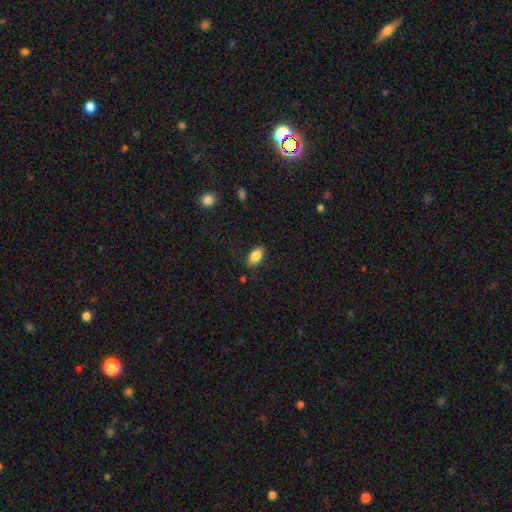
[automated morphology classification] Smooth or featured? Predicted: smooth (p=0.83). How rounded? Predicted: in between (p=0.91). Merging? Predicted: none (p=0.86).